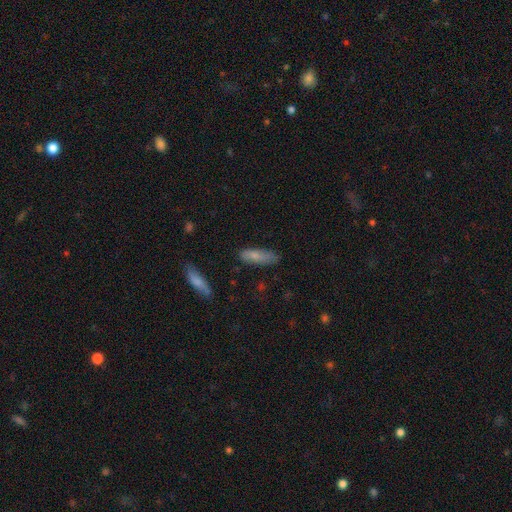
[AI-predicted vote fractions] Smooth or featured: smooth — 77% (featured or disk — 17%)
How rounded: cigar-shaped — 50% (in between — 48%)
Merging: none — 73% (minor disturbance — 20%)